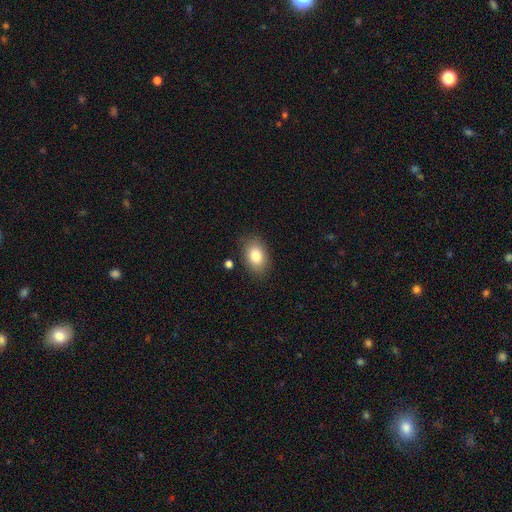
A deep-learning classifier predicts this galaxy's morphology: Smooth or featured?
  - smooth: 83% *
  - featured or disk: 9%
  - star or artifact: 8%
How rounded?
  - in between: 82% *
  - round: 17%
  - cigar-shaped: 1%
Merging?
  - none: 84% *
  - minor disturbance: 11%
  - major disturbance: 3%
  - merger: 2%